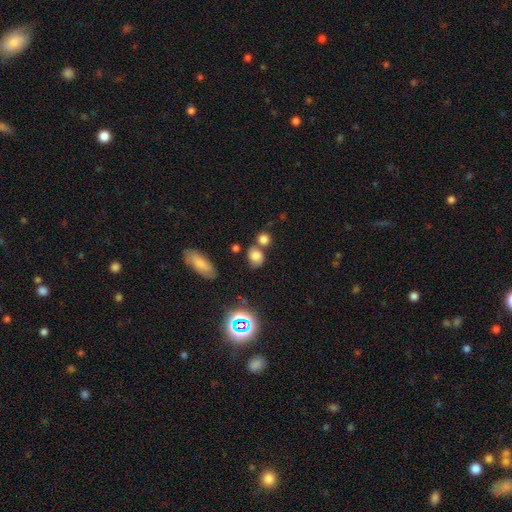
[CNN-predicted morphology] type=smooth (71%); roundness=round (57%); merging=none (57%).